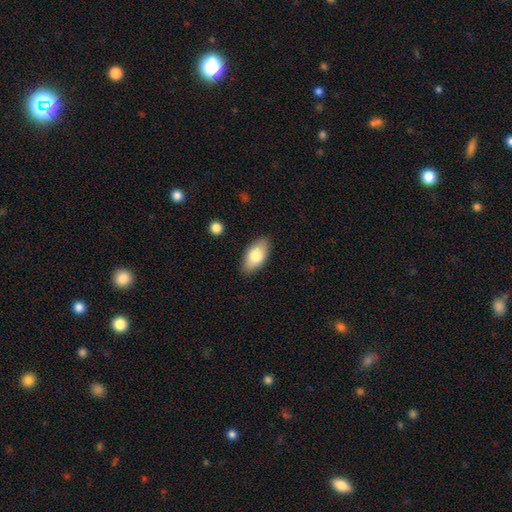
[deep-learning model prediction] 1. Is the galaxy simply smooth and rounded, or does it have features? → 77% smooth, 17% featured or disk, 6% star or artifact.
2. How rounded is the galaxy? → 92% in between, 5% cigar-shaped, 3% round.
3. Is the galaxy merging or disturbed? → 86% none, 10% minor disturbance, 2% major disturbance, 1% merger.